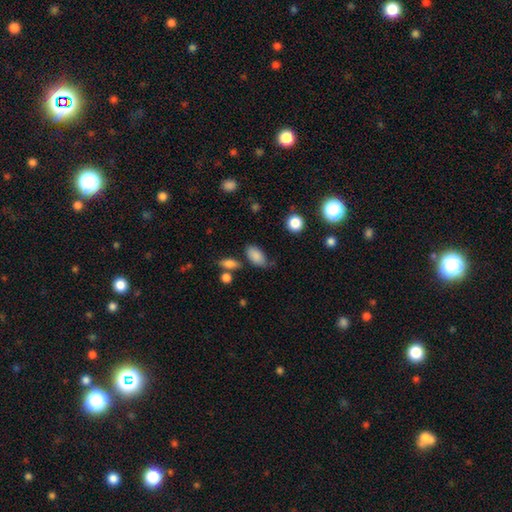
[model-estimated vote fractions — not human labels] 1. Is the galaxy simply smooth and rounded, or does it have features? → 84% smooth, 9% star or artifact, 8% featured or disk.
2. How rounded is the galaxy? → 92% in between, 5% round, 3% cigar-shaped.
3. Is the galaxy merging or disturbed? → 59% none, 27% minor disturbance, 8% major disturbance, 7% merger.